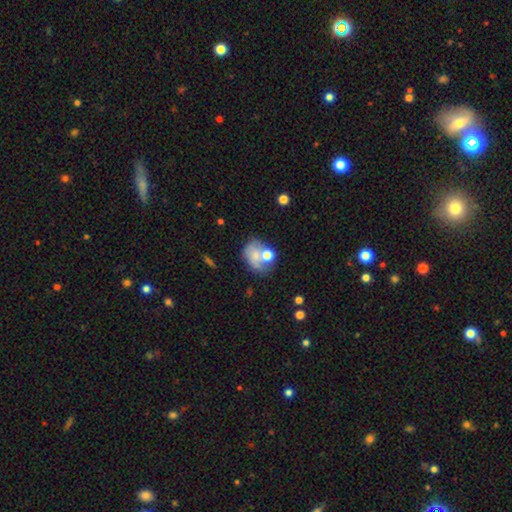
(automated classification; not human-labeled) smooth_or_featured: smooth (p=0.63) [alt: featured or disk p=0.26]
how_rounded: in between (p=0.54) [alt: round p=0.45]
merging: none (p=0.36) [alt: merger p=0.29]